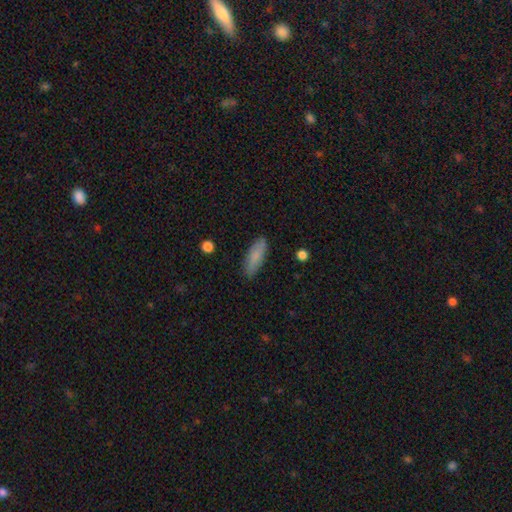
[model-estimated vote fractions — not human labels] Smooth or featured? Predicted: smooth (p=0.82). How rounded? Predicted: in between (p=0.58). Merging? Predicted: none (p=0.85).